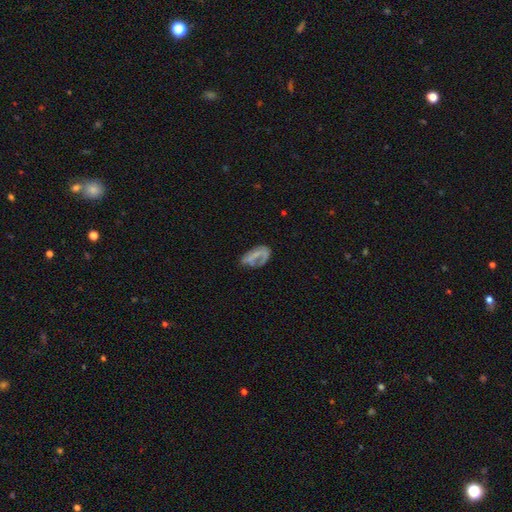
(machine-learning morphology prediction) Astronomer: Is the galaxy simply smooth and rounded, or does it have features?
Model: featured or disk — 48% (runner-up: smooth, 41%).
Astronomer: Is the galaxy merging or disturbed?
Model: none — 39% (runner-up: major disturbance, 32%).